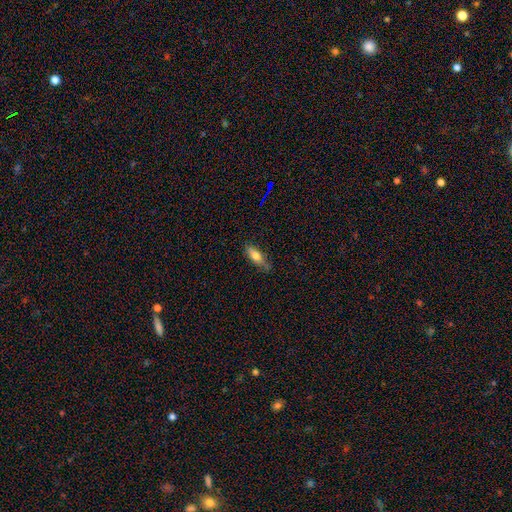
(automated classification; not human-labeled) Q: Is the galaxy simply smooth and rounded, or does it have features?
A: smooth — 65%.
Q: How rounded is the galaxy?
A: in between — 52%.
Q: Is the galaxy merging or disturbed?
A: none — 77%.